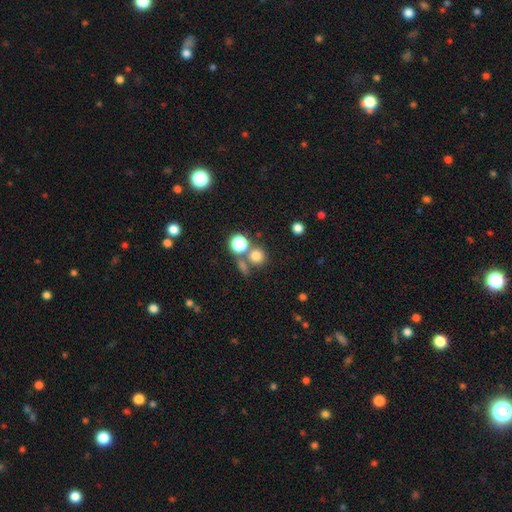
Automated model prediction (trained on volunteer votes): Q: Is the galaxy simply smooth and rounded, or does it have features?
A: smooth — 75%.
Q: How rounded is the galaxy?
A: round — 89%.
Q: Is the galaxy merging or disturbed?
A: none — 64%.